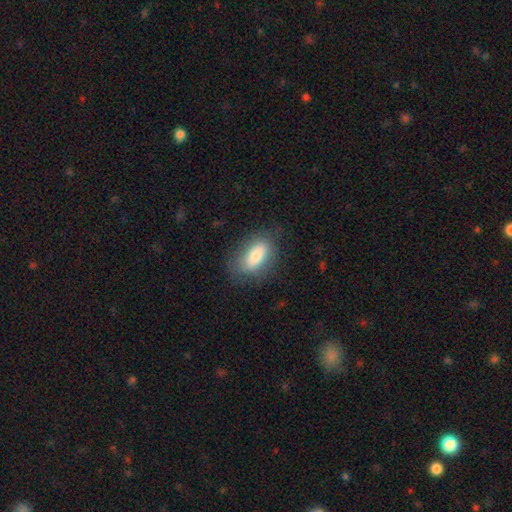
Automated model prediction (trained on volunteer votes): The model was most divided on "merging": none: 76%, minor disturbance: 16%, major disturbance: 6%, merger: 1%. More confident: how rounded — in between (88%); smooth or featured — smooth (80%).